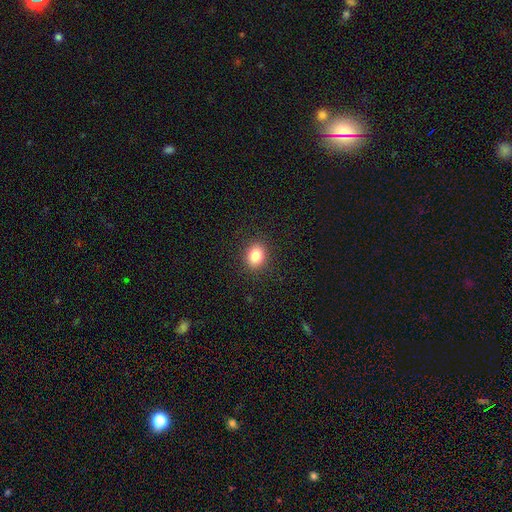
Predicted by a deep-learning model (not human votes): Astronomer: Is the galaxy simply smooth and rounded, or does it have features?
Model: smooth — 83%.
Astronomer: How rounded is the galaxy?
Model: round — 53% (runner-up: in between, 46%).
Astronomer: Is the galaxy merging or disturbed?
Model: none — 90%.